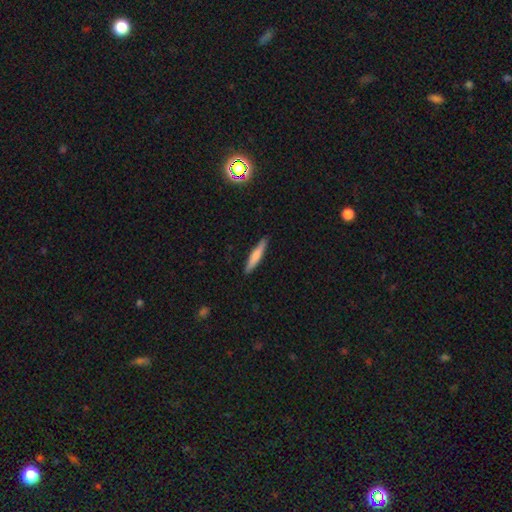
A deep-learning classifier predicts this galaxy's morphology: type=smooth (70%); roundness=cigar-shaped (90%); merging=none (89%).